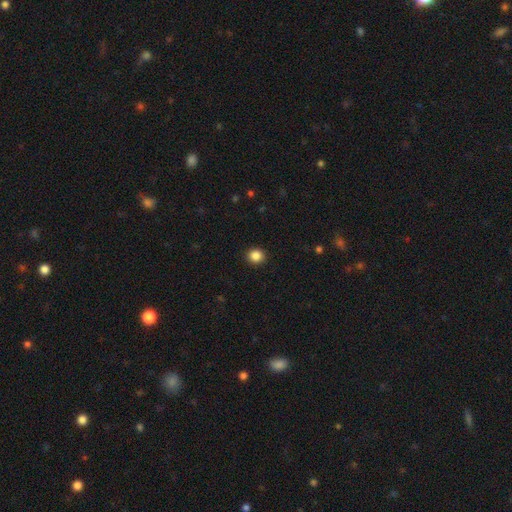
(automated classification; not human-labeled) smooth_or_featured: smooth (p=0.86) [alt: star or artifact p=0.11]
how_rounded: round (p=0.84) [alt: in between p=0.15]
merging: none (p=0.92) [alt: minor disturbance p=0.06]